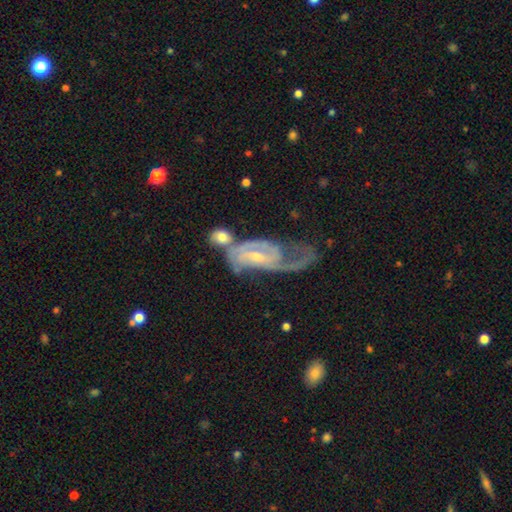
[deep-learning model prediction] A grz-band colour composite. It shows a featured or disk galaxy (85%) with a weak bar (47%), 2 (60%) medium (45%) spiral arms (95%) and a small central bulge (58%). Merging: major disturbance (29%, tied with none).